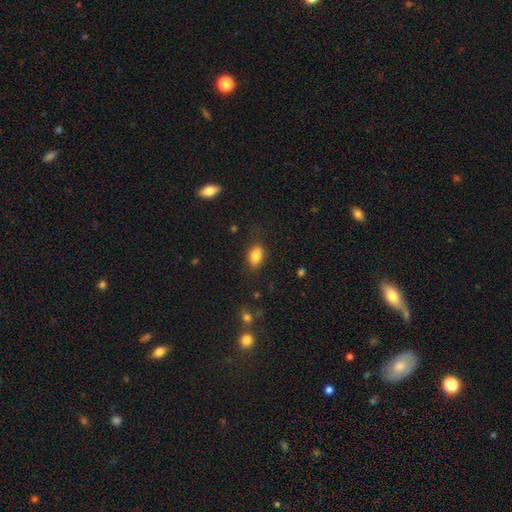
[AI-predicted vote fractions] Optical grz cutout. It shows a smooth galaxy with no disk features (83%) that is in between round and cigar-shaped (86%). Merging: none (80%).